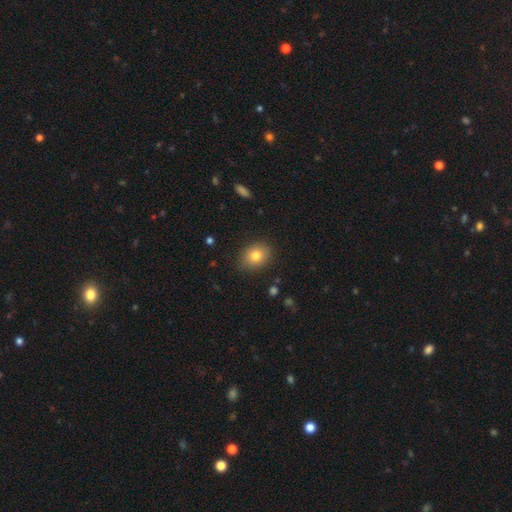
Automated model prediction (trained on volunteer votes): Morphology: type=smooth (80%); roundness=round (50%); merging=none (85%).